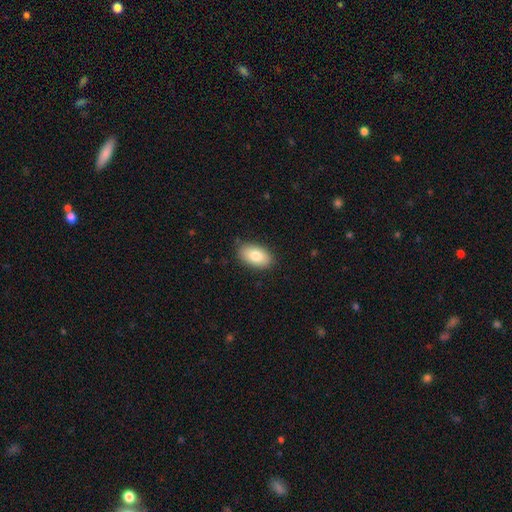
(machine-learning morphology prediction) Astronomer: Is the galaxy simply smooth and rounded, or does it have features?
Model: smooth — 81%.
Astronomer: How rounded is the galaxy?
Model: in between — 93%.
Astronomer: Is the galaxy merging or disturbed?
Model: none — 86%.